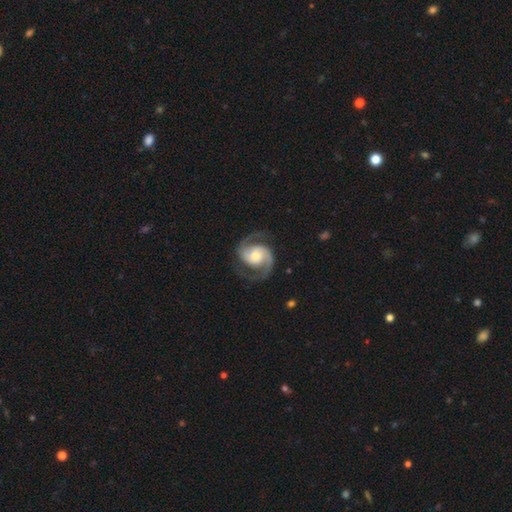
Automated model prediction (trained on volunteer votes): smooth-or-featured: featured or disk: 91% | smooth: 5% | star or artifact: 4%
  disk-edge-on: no: 98% | yes: 2%
    bar: no: 62% | weak: 28% | strong: 10%
    has-spiral-arms: yes: 98% | no: 2%
      spiral-winding: medium: 57% | tight: 26% | loose: 17%
      spiral-arm-count: 2: 94% | can't tell: 1% | 3: 1% | 1: 1% | 4: 1% | more than 4: 1%
    bulge-size: moderate: 45% | small: 29% | large: 18% | none: 5% | dominant: 3%
  merging: none: 80% | minor disturbance: 12% | major disturbance: 6% | merger: 1%